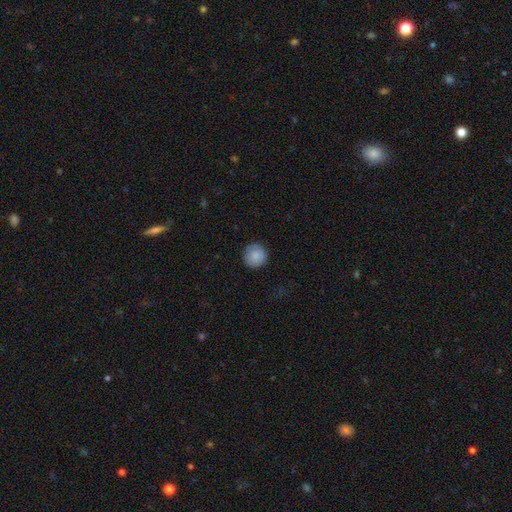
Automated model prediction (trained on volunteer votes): Smooth or featured? smooth (86%)
How rounded? round (95%)
Merging? none (88%)